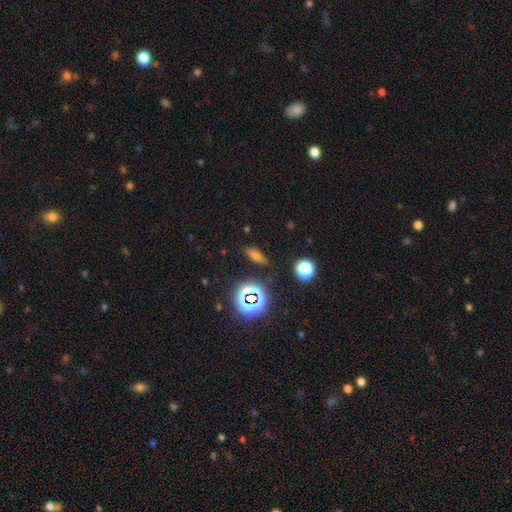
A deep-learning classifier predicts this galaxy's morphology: type=smooth (60%); roundness=in between (64%); merging=none (79%).